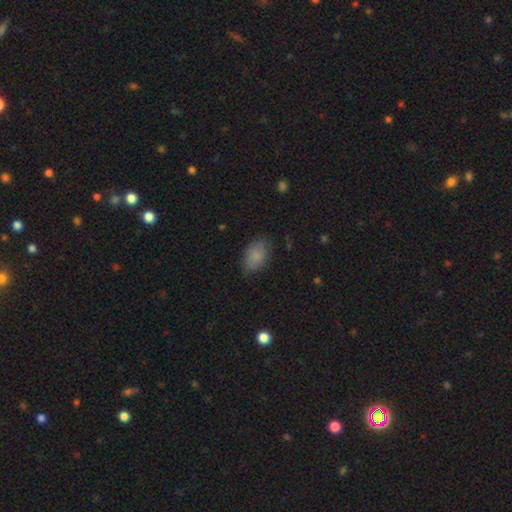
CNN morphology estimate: Smooth or featured? Predicted: smooth (p=0.84). How rounded? Predicted: in between (p=0.88). Merging? Predicted: none (p=0.76).